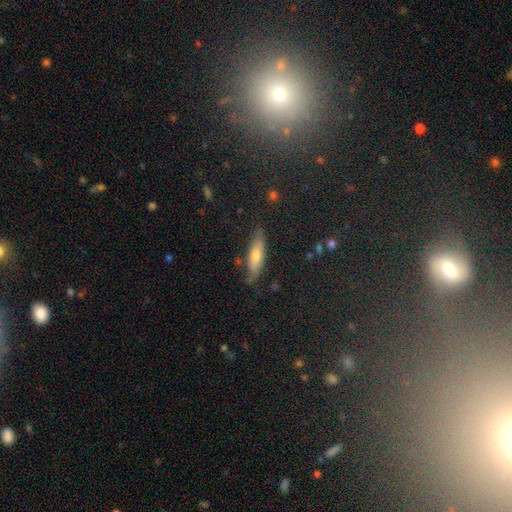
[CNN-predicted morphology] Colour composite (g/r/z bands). It shows a smooth galaxy with no disk features (60%) that is cigar-shaped (63%). Merging: none (77%).